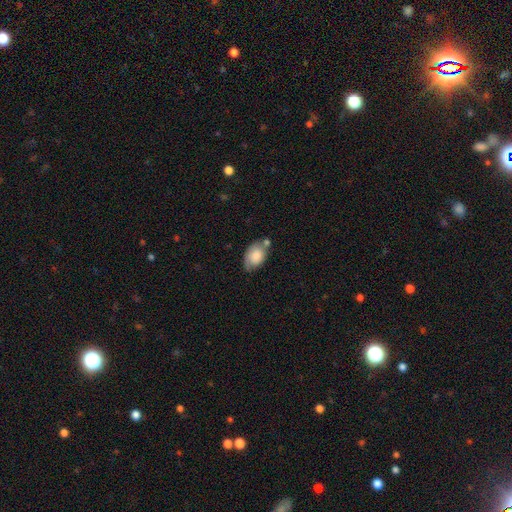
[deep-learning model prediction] Overall: smooth (70%). How rounded: in between (87%). Merging: none (45%; minor disturbance 29%).